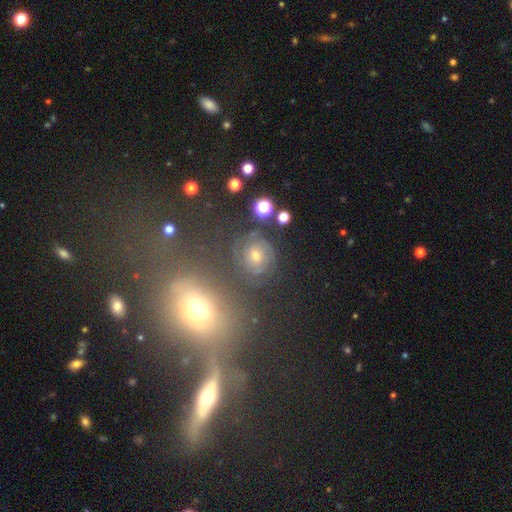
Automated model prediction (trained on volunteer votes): Morphology: type=featured or disk (60%); edge-on=no (97%); bar=no (75%); spiral arms=yes (84%); bulge=moderate (50%); merging=none (74%).